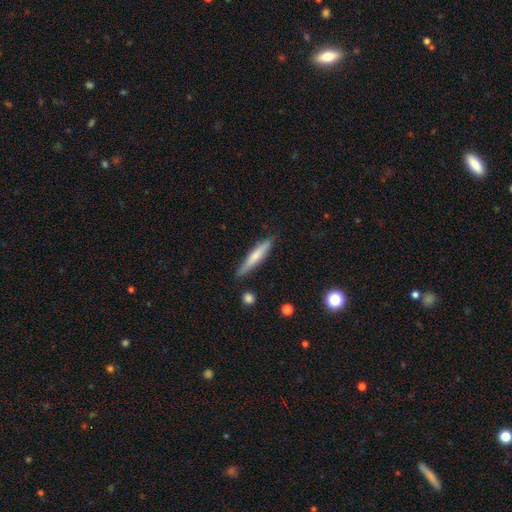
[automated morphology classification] smooth 62%, featured or disk 32%, star or artifact 6%. Down the decision tree: how rounded — cigar-shaped (91%); merging — none (84%).